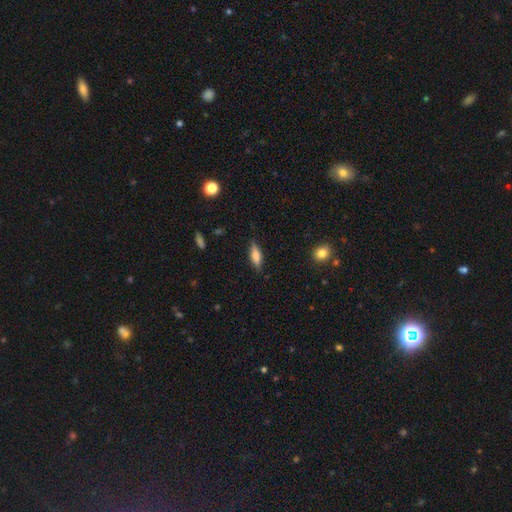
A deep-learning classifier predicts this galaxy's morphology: Smooth or featured? smooth (59%)
How rounded? in between (50%)
Merging? none (85%)